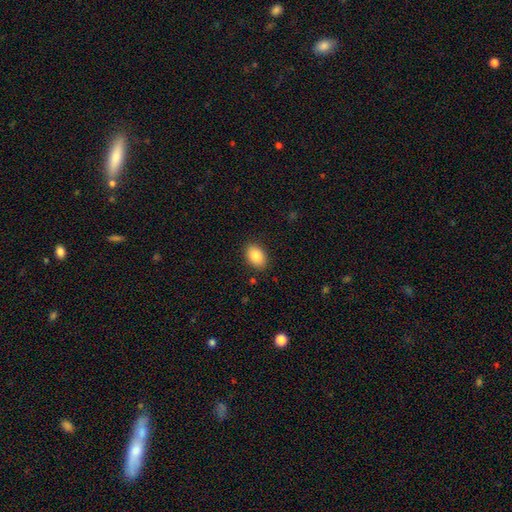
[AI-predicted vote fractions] This is clearly a smooth galaxy (86%). How rounded: clearly in between (86%). Merging: clearly none (88%).